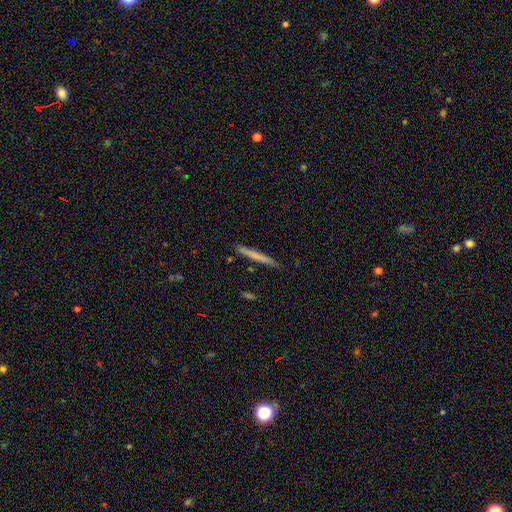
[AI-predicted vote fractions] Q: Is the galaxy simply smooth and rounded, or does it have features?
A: smooth — 64%.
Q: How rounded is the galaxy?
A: cigar-shaped — 97%.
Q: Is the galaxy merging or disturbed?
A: none — 88%.